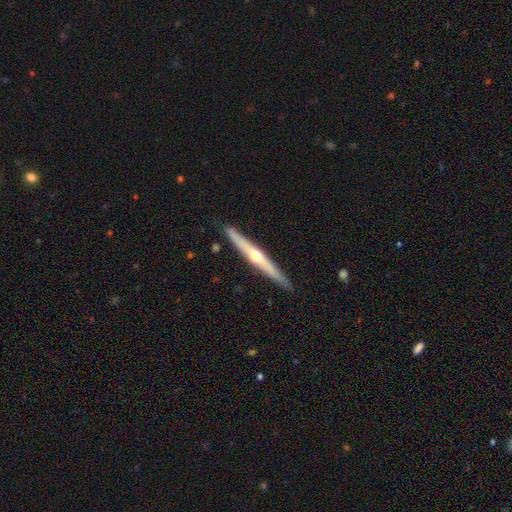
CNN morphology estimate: Smooth or featured? featured or disk (68%)
Edge-on disk? yes (97%)
Edge-on bulge? rounded (88%)
Merging? none (90%)